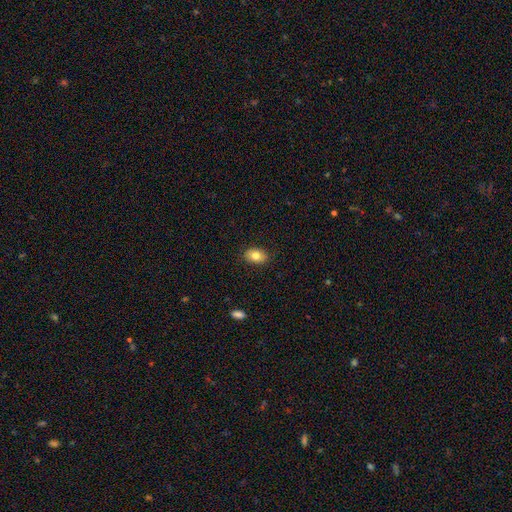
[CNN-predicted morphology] Smooth or featured?
  - smooth: 81% *
  - featured or disk: 11%
  - star or artifact: 8%
How rounded?
  - in between: 82% *
  - round: 17%
  - cigar-shaped: 1%
Merging?
  - none: 87% *
  - minor disturbance: 10%
  - major disturbance: 2%
  - merger: 1%